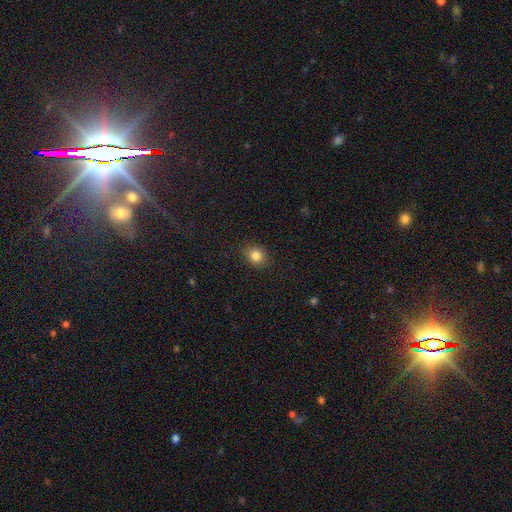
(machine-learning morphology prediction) A smooth galaxy with no disk features (84%) that is round (62%). Merging: none (87%).